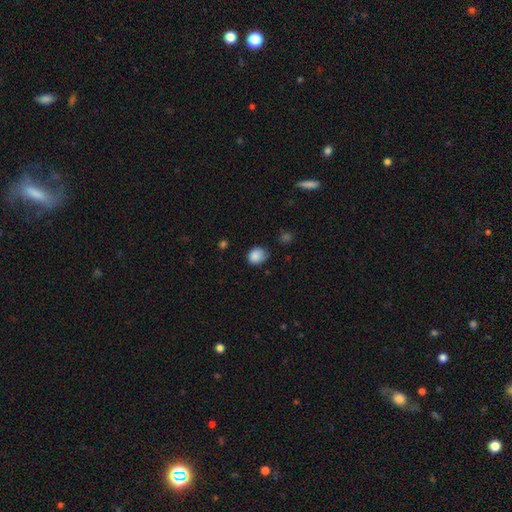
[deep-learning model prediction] smooth_or_featured: smooth (p=0.87) [alt: star or artifact p=0.09]
how_rounded: round (p=0.61) [alt: in between p=0.38]
merging: none (p=0.65) [alt: minor disturbance p=0.29]